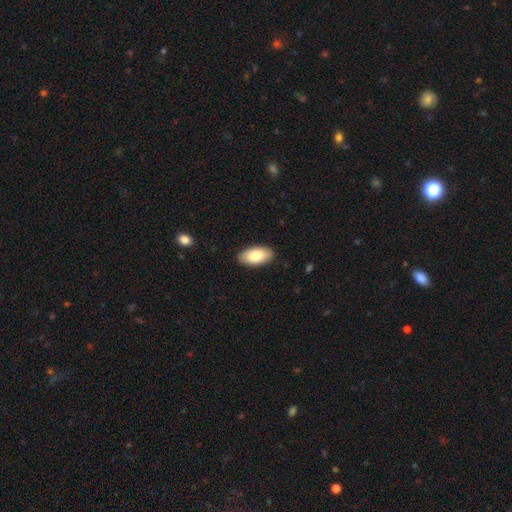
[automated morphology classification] Smooth or featured? Predicted: smooth (p=0.83). How rounded? Predicted: in between (p=0.95). Merging? Predicted: none (p=0.89).